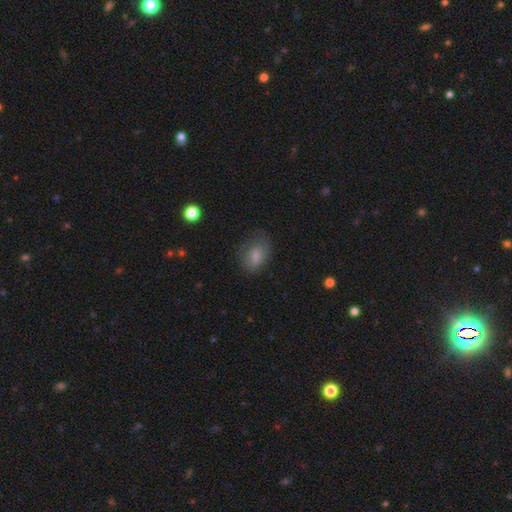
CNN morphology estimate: This is likely a smooth galaxy (70%). How rounded: clearly in between (81%). Merging: possibly none (56%).